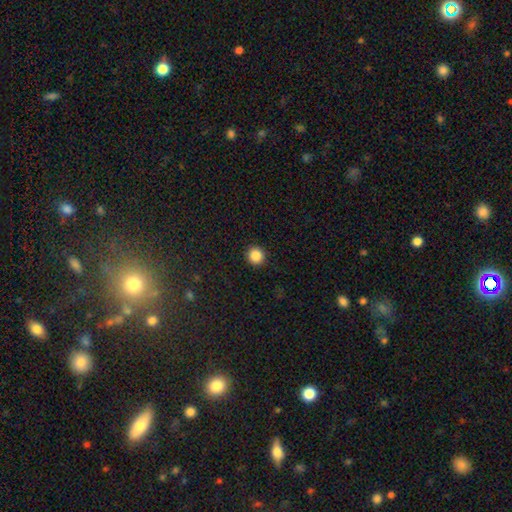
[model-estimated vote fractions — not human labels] smooth-or-featured: smooth: 86% | star or artifact: 10% | featured or disk: 4%
  how-rounded: round: 94% | in between: 5% | cigar-shaped: 1%
  merging: none: 93% | minor disturbance: 5% | major disturbance: 2% | merger: 1%